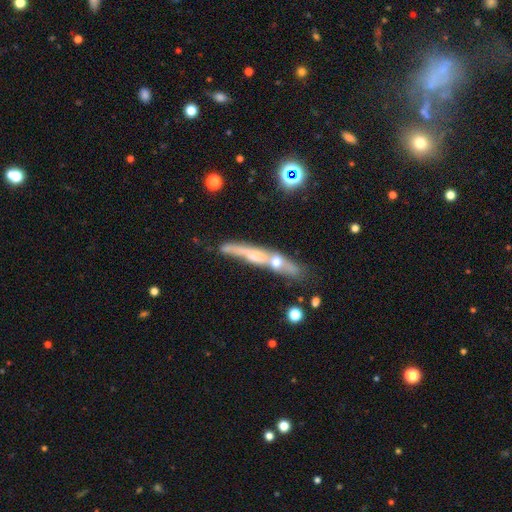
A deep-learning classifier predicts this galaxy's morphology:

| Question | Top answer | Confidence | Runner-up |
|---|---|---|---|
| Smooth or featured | featured or disk | 59% | smooth (30%) |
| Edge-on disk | yes | 82% | no (18%) |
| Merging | none | 48% | merger (25%) |